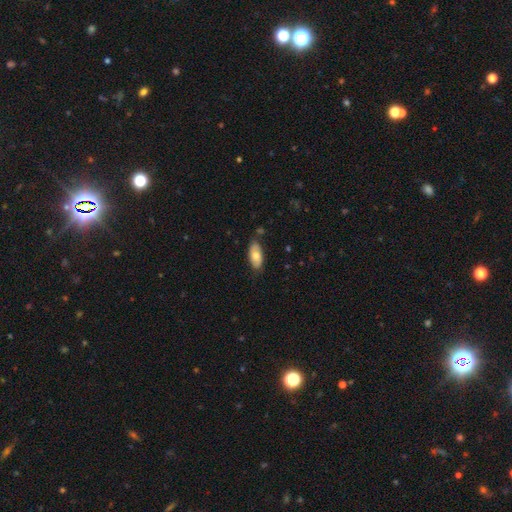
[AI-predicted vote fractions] Smooth or featured: smooth — 71% (featured or disk — 23%)
How rounded: in between — 90% (cigar-shaped — 8%)
Merging: none — 78% (minor disturbance — 17%)